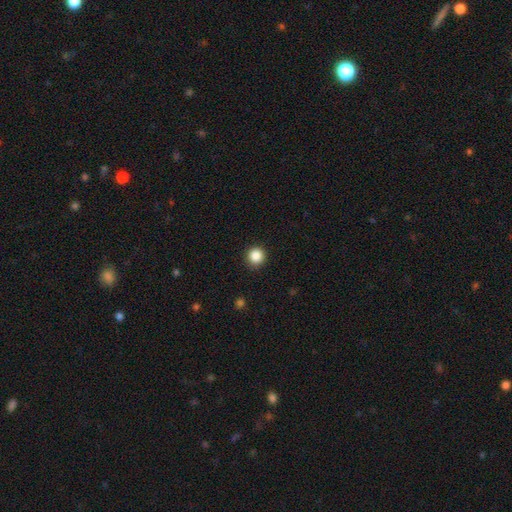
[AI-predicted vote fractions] The model was most divided on "smooth or featured": smooth: 86%, star or artifact: 10%, featured or disk: 3%. More confident: how rounded — round (94%); merging — none (92%).